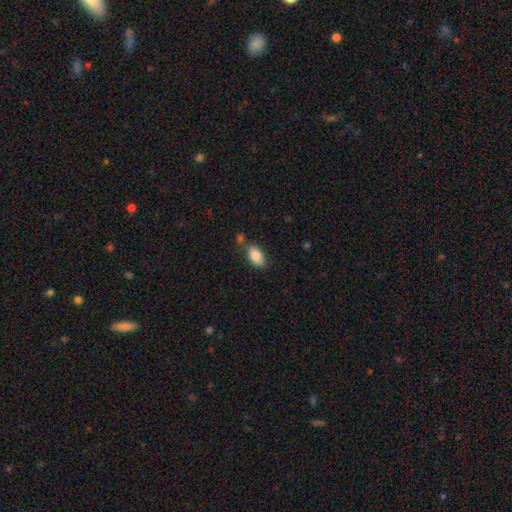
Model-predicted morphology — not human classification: This is clearly a smooth galaxy (83%). How rounded: clearly in between (92%). Merging: likely none (69%).